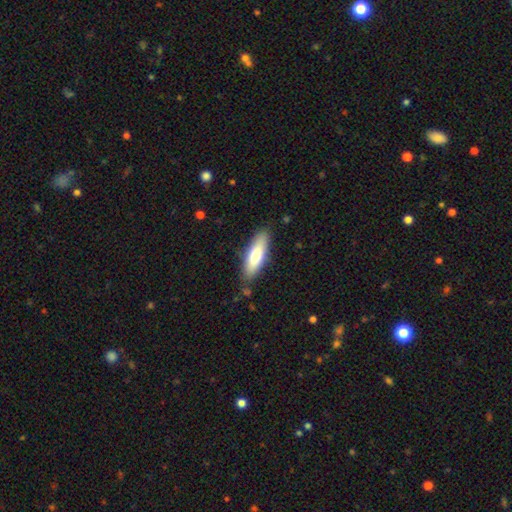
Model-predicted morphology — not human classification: This is likely a smooth galaxy (70%). How rounded: possibly in between (50%). Merging: clearly none (84%).